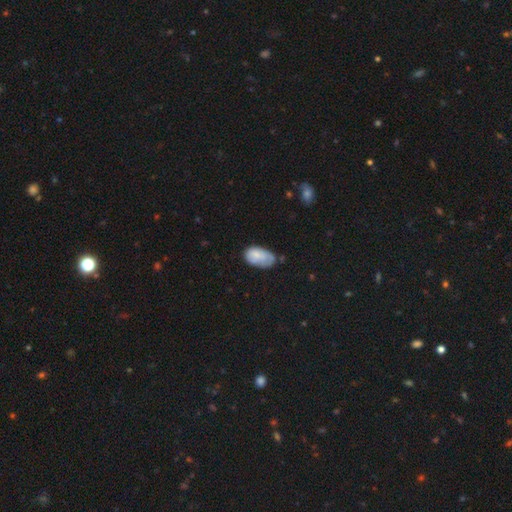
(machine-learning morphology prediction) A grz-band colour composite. It shows a smooth galaxy with no disk features (74%) that is in between round and cigar-shaped (94%). Merging: none (45%).